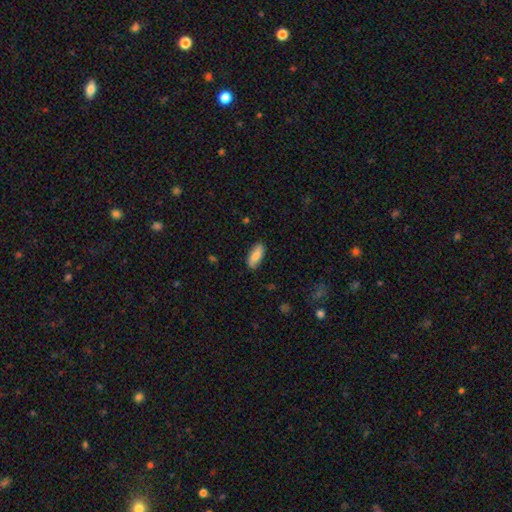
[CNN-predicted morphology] Overall: smooth (84%). How rounded: in between (80%). Merging: none (85%).